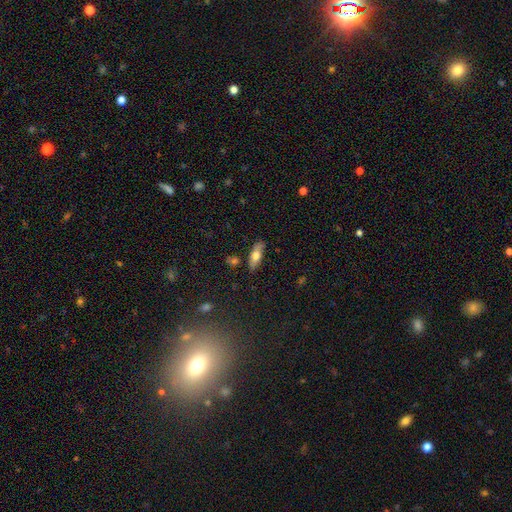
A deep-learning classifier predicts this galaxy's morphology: smooth_or_featured: smooth (p=0.65) [alt: featured or disk p=0.28]
how_rounded: in between (p=0.63) [alt: cigar-shaped p=0.35]
merging: none (p=0.81) [alt: minor disturbance p=0.13]